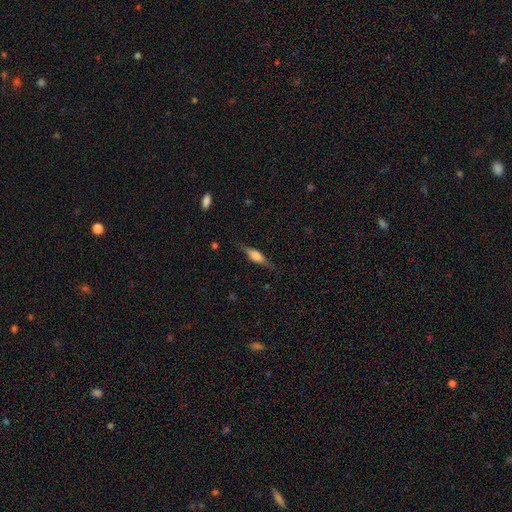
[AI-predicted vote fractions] smooth-or-featured: featured or disk: 49% | smooth: 43% | star or artifact: 8%
  merging: none: 80% | minor disturbance: 15% | major disturbance: 4% | merger: 1%